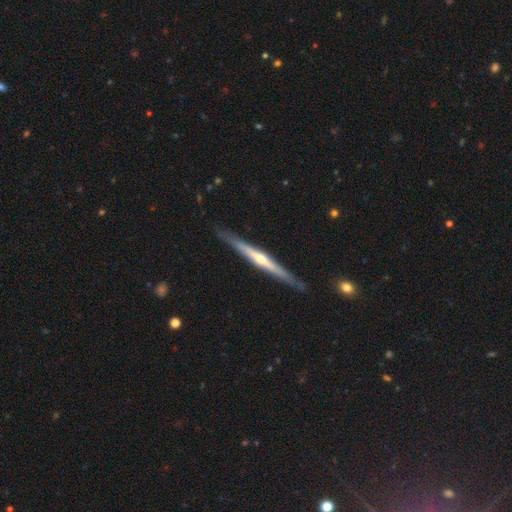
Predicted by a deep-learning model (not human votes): Smooth or featured? featured or disk (77%)
Edge-on disk? yes (97%)
Edge-on bulge? rounded (78%)
Merging? none (89%)